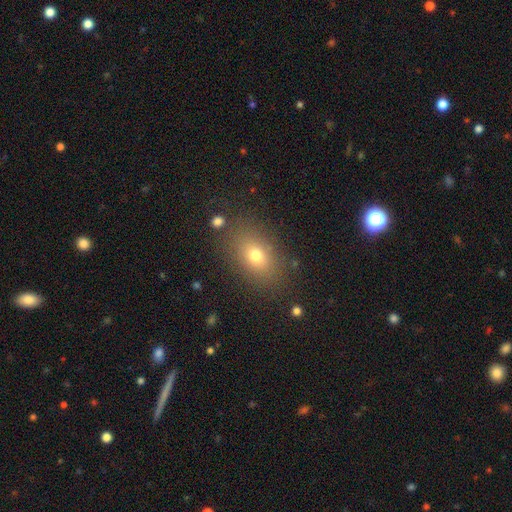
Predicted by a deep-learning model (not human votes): smooth_or_featured: smooth (p=0.72) [alt: star or artifact p=0.14]
how_rounded: in between (p=0.76) [alt: round p=0.22]
merging: none (p=0.82) [alt: minor disturbance p=0.11]